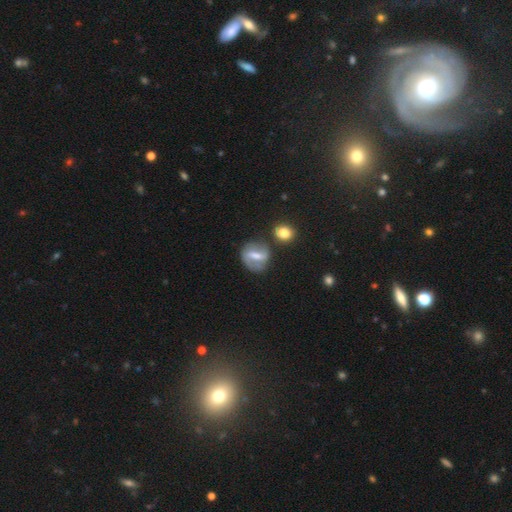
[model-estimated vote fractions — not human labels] Smooth or featured? Predicted: featured or disk (p=0.60). Edge-on disk? Predicted: no (p=0.94). Bar? Predicted: strong (p=0.52). Spiral arms? Predicted: yes (p=0.69). Bulge size? Predicted: moderate (p=0.49). Merging? Predicted: none (p=0.64).